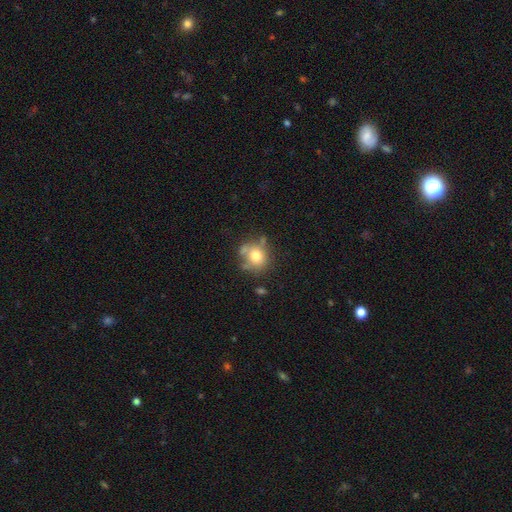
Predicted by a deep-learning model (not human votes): Overall: smooth (72%). How rounded: round (75%). Merging: none (59%; minor disturbance 21%).